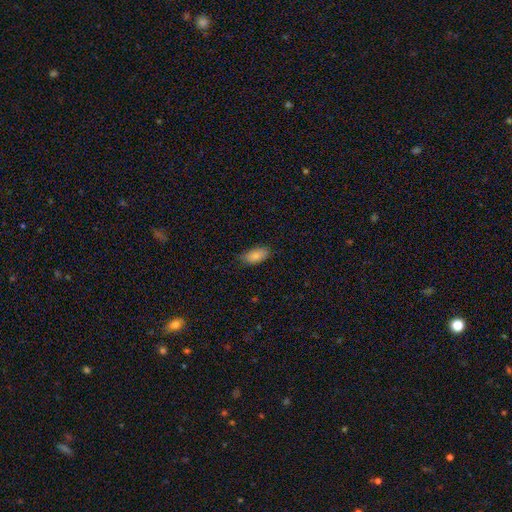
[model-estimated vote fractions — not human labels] A smooth galaxy with no disk features (86%) that is in between round and cigar-shaped (91%).

Vote fractions:
- Smooth or featured? smooth: 86% / star or artifact: 7% / featured or disk: 7%
- How rounded? in between: 91% / cigar-shaped: 6% / round: 3%
- Merging? none: 81% / minor disturbance: 15% / major disturbance: 3% / merger: 1%